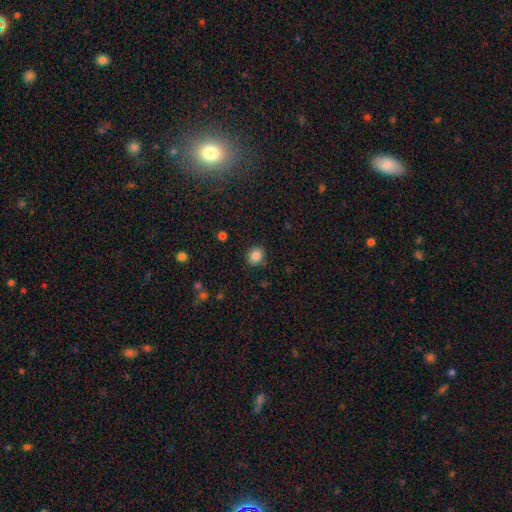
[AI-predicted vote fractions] This is clearly a smooth galaxy (84%). How rounded: likely round (77%). Merging: clearly none (88%).